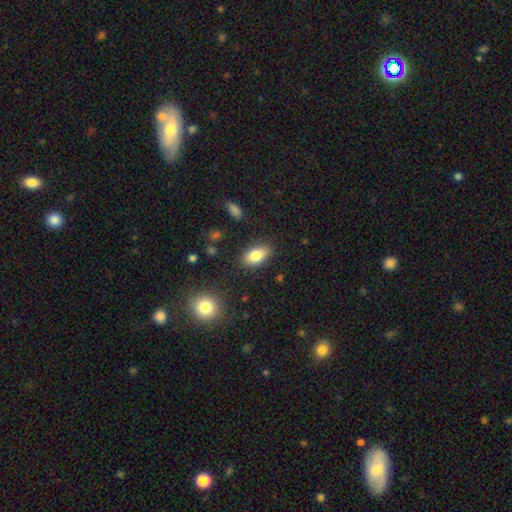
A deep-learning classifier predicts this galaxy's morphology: This is clearly a smooth galaxy (82%). How rounded: clearly in between (90%). Merging: clearly none (85%).